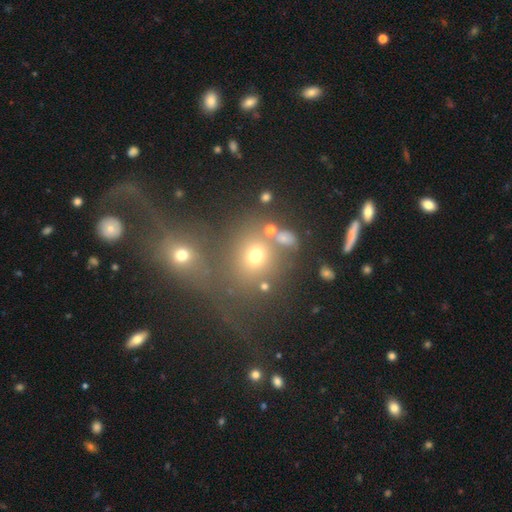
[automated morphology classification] Smooth or featured?
  - smooth: 63% *
  - star or artifact: 23%
  - featured or disk: 14%
How rounded?
  - round: 74% *
  - in between: 24%
  - cigar-shaped: 2%
Merging?
  - none: 52% *
  - merger: 30%
  - minor disturbance: 10%
  - major disturbance: 8%